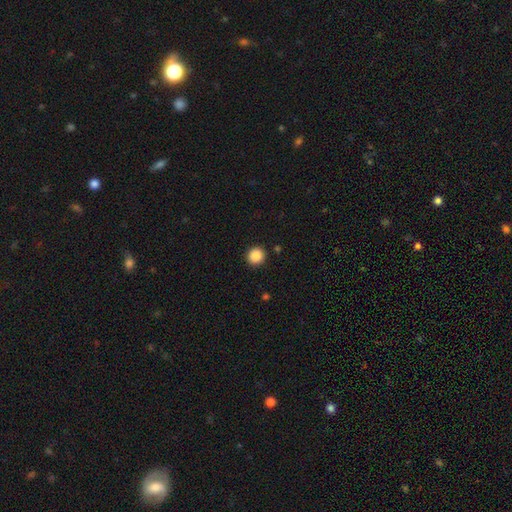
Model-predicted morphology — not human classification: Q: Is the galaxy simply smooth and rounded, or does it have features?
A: smooth — 88%.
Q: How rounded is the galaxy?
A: round — 92%.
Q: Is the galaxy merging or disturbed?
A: none — 92%.